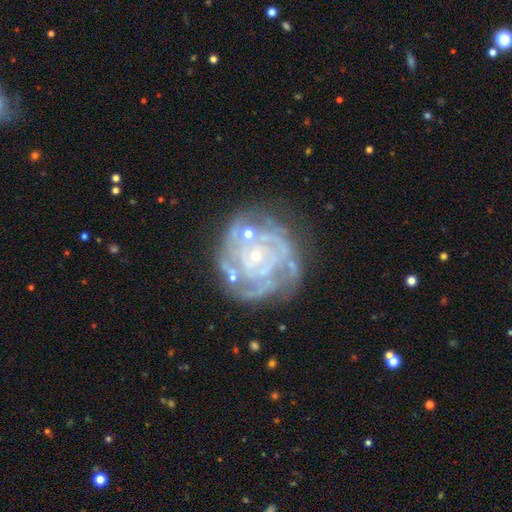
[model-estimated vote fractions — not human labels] A featured or disk galaxy (86%) with no bar (79%), tight (75%) spiral arms (92%) and a small central bulge (83%).

Vote fractions:
- Smooth or featured? featured or disk: 86% / smooth: 7% / star or artifact: 7%
- Edge-on disk? no: 98% / yes: 2%
- Bar? no: 79% / weak: 16% / strong: 5%
- Spiral arms? yes: 92% / no: 8%
- Spiral winding? tight: 75% / medium: 20% / loose: 4%
- Spiral arm count? can't tell: 32% / 3: 21% / 4: 18% / 2: 15% / more than 4: 8% / 1: 6%
- Bulge size? small: 83% / moderate: 12% / none: 3% / large: 1% / dominant: 1%
- Merging? none: 62% / minor disturbance: 20% / major disturbance: 12% / merger: 6%